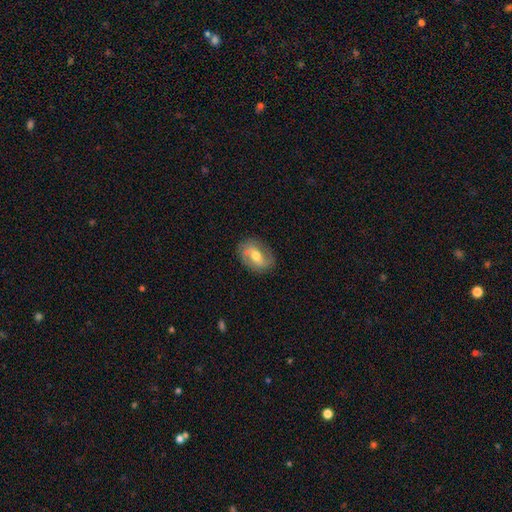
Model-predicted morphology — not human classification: The model was most divided on "bar": weak: 43%, no: 29%, strong: 28%. More confident: edge-on disk — no (94%); merging — none (81%); spiral arms — yes (77%); bulge size — moderate (70%); smooth or featured — featured or disk (62%).